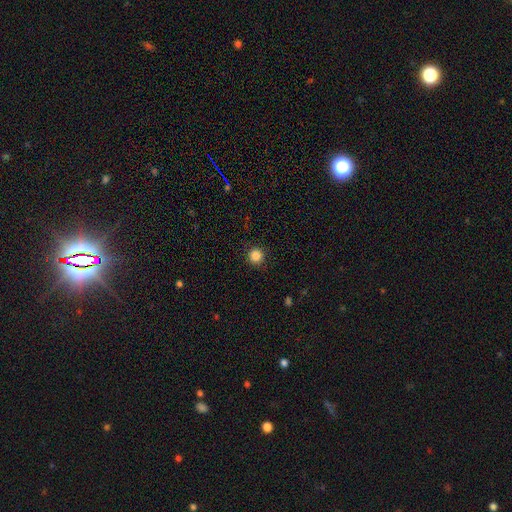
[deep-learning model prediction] This appears to be a smooth galaxy with no disk features (85%) that is round (95%). Merging: none (91%).